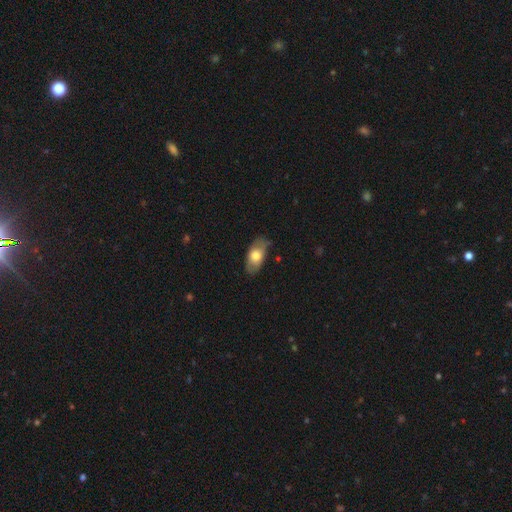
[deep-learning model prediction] This appears to be a smooth galaxy with no disk features (67%) that is in between round and cigar-shaped (90%). Merging: none (75%).